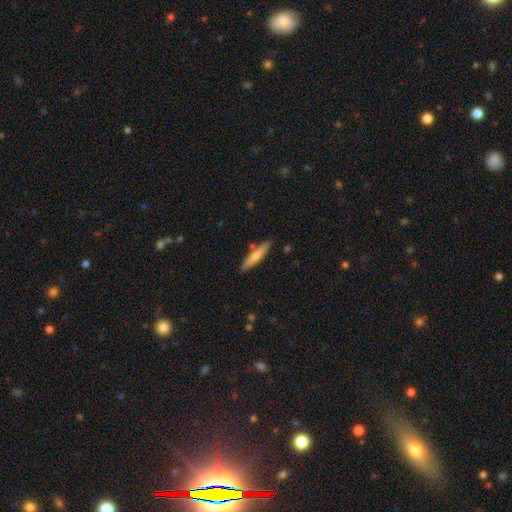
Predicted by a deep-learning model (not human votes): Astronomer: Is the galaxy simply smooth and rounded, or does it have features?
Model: smooth — 63%.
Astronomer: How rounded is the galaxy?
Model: cigar-shaped — 88%.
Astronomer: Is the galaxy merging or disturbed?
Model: none — 84%.